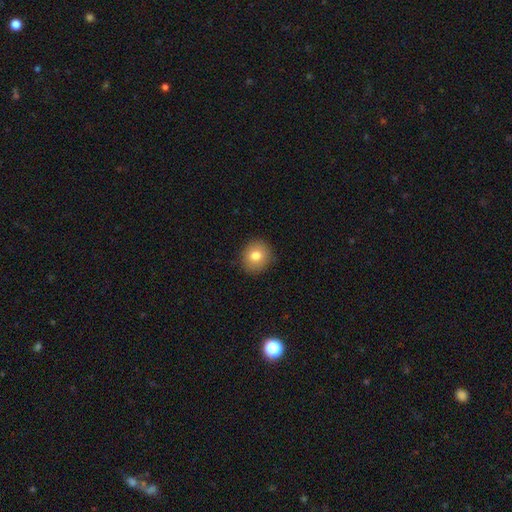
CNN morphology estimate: This is likely a smooth galaxy (80%). How rounded: clearly round (84%). Merging: clearly none (90%).